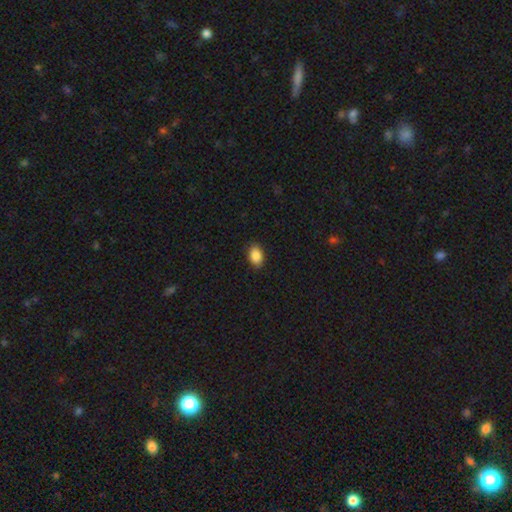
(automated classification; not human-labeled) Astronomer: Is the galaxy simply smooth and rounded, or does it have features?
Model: smooth — 89%.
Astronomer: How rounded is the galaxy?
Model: in between — 86%.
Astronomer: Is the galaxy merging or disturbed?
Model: none — 88%.